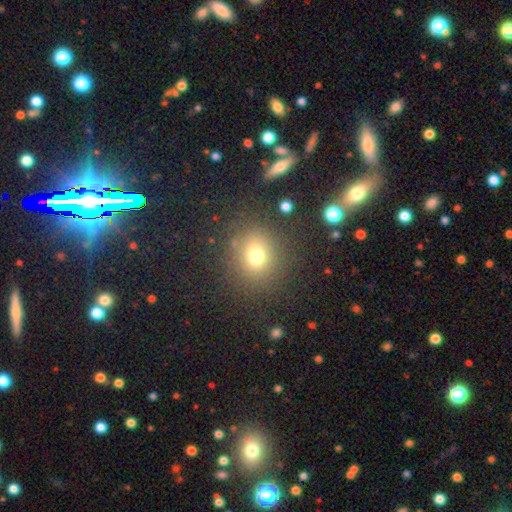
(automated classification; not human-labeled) The model was most divided on "how rounded": round: 76%, in between: 23%, cigar-shaped: 1%. More confident: merging — none (83%); smooth or featured — smooth (74%).